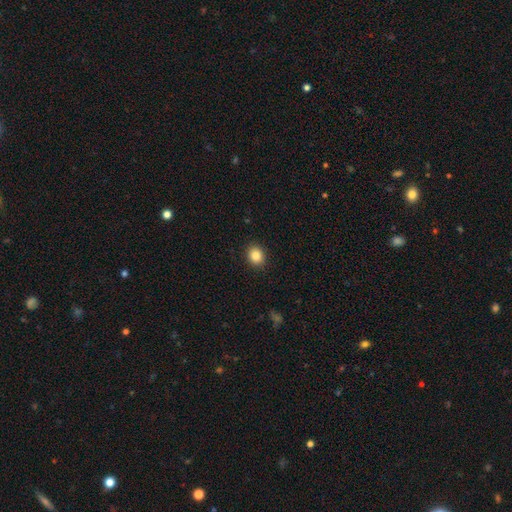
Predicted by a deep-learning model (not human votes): smooth-or-featured: smooth: 84% | star or artifact: 10% | featured or disk: 6%
  how-rounded: round: 66% | in between: 33% | cigar-shaped: 1%
  merging: none: 90% | minor disturbance: 7% | major disturbance: 2% | merger: 1%